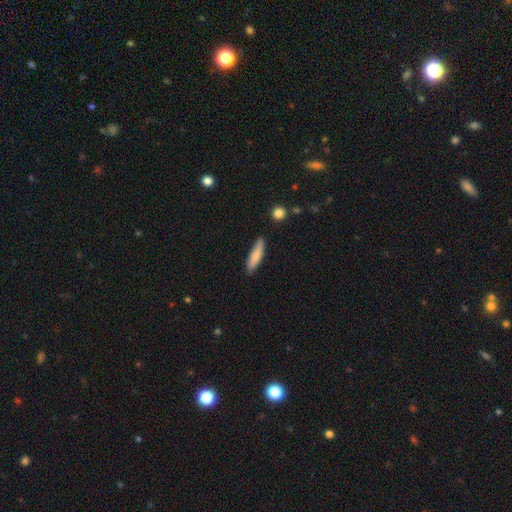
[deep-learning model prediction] Smooth or featured: smooth — 79% (featured or disk — 16%)
How rounded: cigar-shaped — 76% (in between — 23%)
Merging: none — 81% (minor disturbance — 14%)